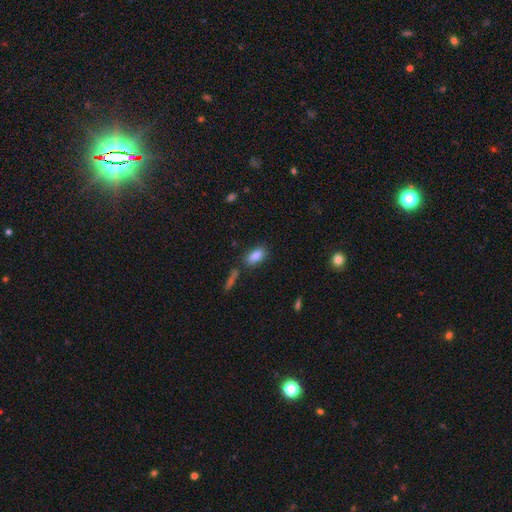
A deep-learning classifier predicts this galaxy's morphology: Smooth or featured? smooth (85%)
How rounded? in between (87%)
Merging? none (77%)